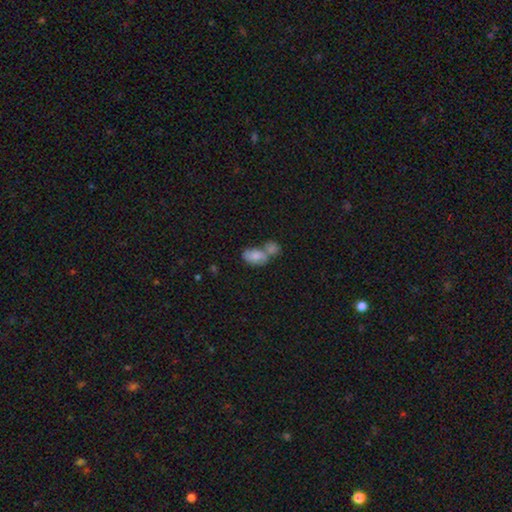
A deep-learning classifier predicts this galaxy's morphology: smooth-or-featured: smooth: 70% | featured or disk: 22% | star or artifact: 9%
  how-rounded: in between: 87% | round: 11% | cigar-shaped: 2%
  merging: merger: 58% | none: 24% | minor disturbance: 12% | major disturbance: 6%